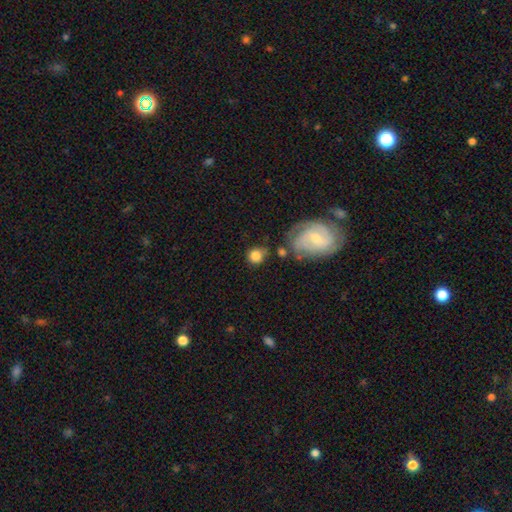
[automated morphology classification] smooth 78%, featured or disk 14%, star or artifact 8%. Down the decision tree: how rounded — round (82%); merging — none (63%).